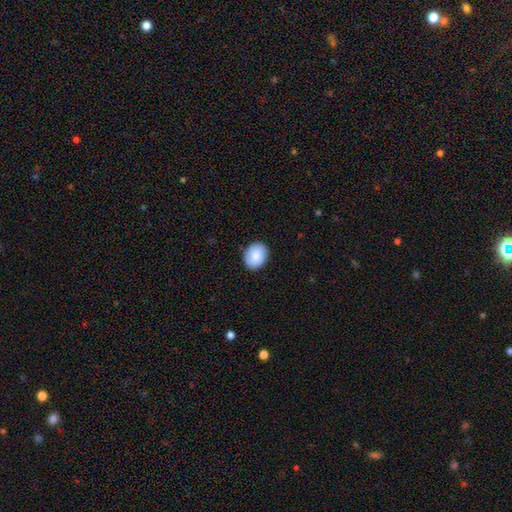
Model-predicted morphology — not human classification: smooth_or_featured: smooth (p=0.87) [alt: star or artifact p=0.07]
how_rounded: in between (p=0.53) [alt: round p=0.46]
merging: none (p=0.88) [alt: minor disturbance p=0.09]